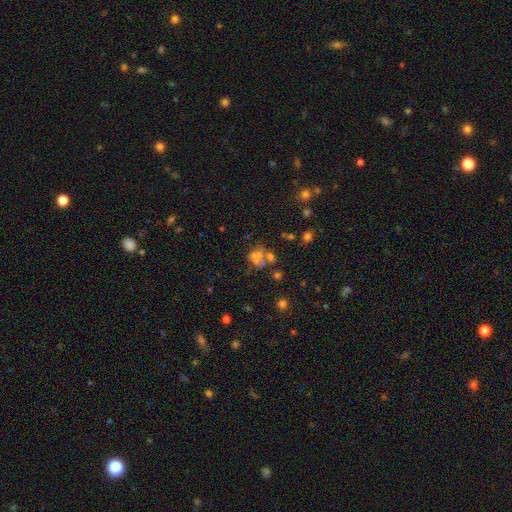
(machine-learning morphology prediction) Q: Smooth or featured?
A: smooth (38%); runner-up: featured or disk (32%)
Q: Merging?
A: none (35%); runner-up: merger (34%)